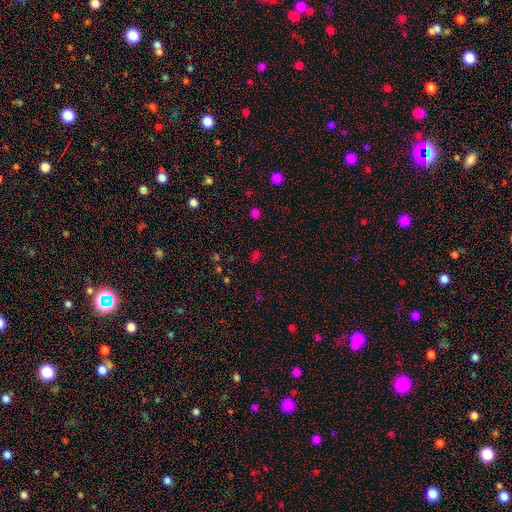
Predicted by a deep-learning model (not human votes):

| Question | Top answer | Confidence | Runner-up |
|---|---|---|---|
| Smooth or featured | smooth | 55% | star or artifact (39%) |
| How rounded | in between | 59% | round (38%) |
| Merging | none | 76% | minor disturbance (13%) |